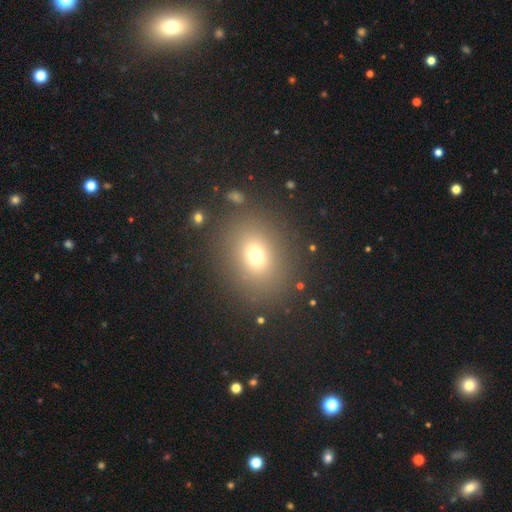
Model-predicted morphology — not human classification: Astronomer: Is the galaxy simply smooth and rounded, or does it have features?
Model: smooth — 70%.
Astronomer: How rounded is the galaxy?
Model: round — 57% (runner-up: in between, 42%).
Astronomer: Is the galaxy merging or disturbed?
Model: none — 84%.